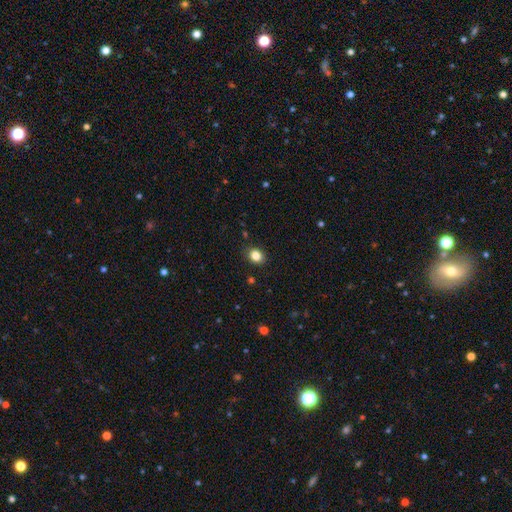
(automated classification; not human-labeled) smooth 84%, star or artifact 10%, featured or disk 5%. Down the decision tree: how rounded — round (57%); merging — none (88%).